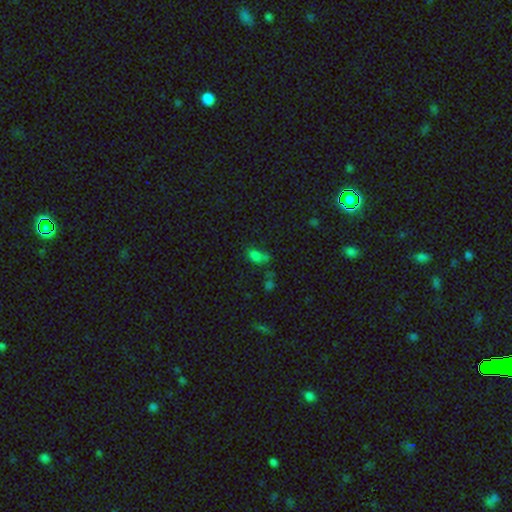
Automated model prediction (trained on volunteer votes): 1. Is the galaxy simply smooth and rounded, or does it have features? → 65% smooth, 24% star or artifact, 10% featured or disk.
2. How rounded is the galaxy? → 79% in between, 16% round, 5% cigar-shaped.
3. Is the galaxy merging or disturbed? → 36% none, 28% merger, 20% minor disturbance, 16% major disturbance.